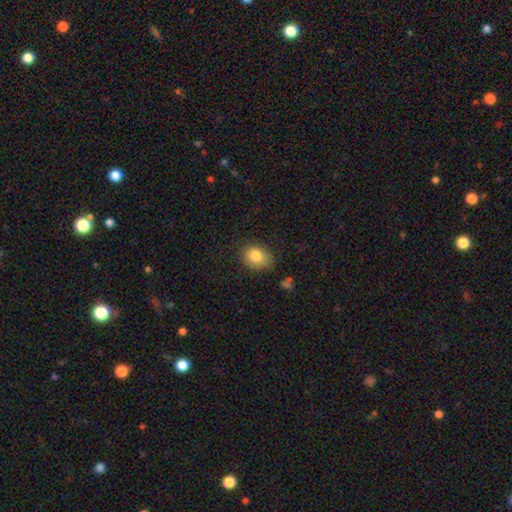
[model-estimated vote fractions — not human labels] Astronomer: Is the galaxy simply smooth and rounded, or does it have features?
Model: smooth — 83%.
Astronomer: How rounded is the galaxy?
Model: in between — 58% (runner-up: round, 41%).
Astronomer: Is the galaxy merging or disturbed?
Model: none — 71%.